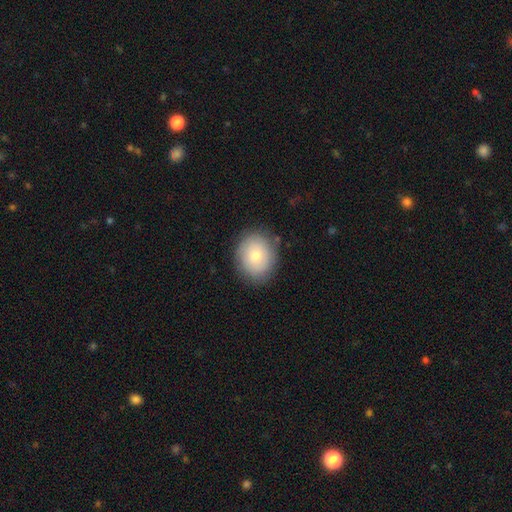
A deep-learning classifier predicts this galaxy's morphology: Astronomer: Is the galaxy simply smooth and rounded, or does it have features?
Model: smooth — 73%.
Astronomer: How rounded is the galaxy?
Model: round — 56% (runner-up: in between, 43%).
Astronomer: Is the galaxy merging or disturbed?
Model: none — 83%.